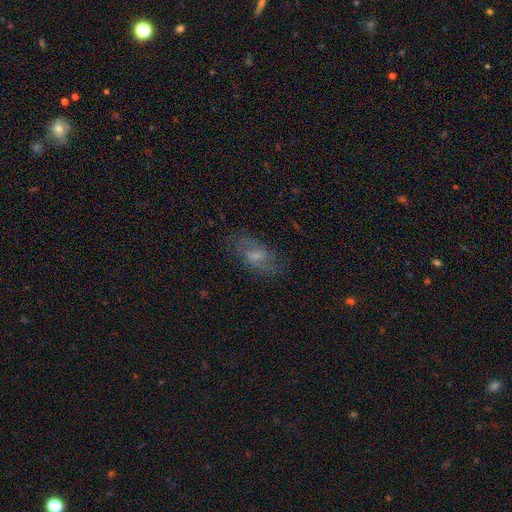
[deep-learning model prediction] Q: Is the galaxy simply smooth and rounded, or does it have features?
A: featured or disk — 56%.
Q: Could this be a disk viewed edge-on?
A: no — 92%.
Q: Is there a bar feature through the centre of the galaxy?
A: weak — 54%.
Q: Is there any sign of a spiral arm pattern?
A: yes — 79%.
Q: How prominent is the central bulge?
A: small — 39%.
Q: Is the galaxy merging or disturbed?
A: none — 72%.